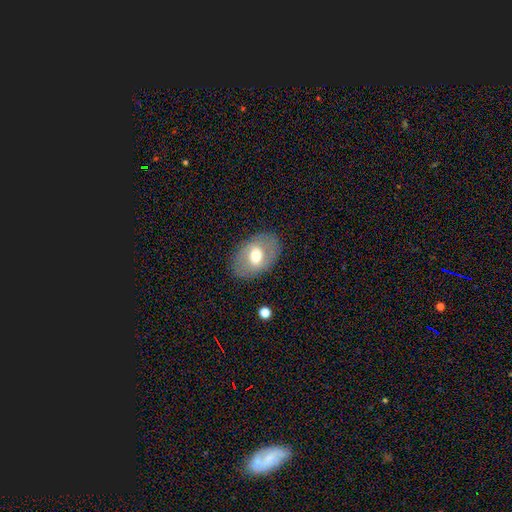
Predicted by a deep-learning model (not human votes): The model was most divided on "smooth or featured": smooth: 49%, featured or disk: 43%, star or artifact: 7%. More confident: merging — none (82%).